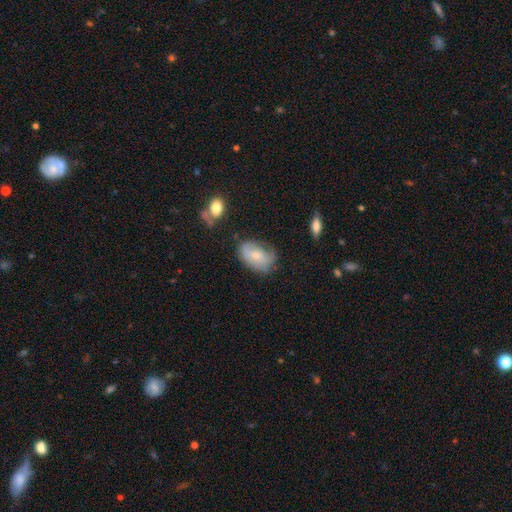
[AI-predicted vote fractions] A smooth galaxy with no disk features (60%) that is in between round and cigar-shaped (88%). Merging: none (51%).